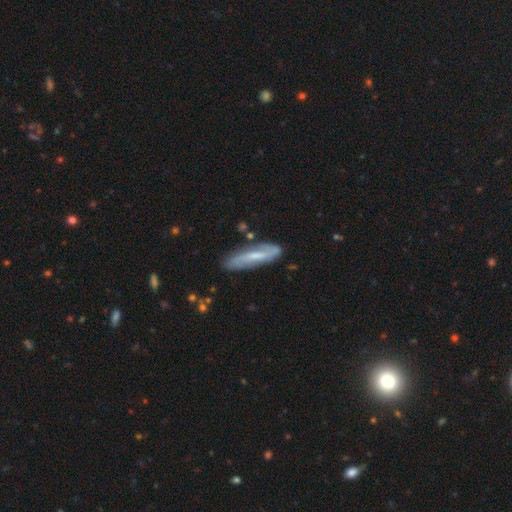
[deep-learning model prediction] Smooth or featured? Predicted: featured or disk (p=0.59). Edge-on disk? Predicted: no (p=0.66). Merging? Predicted: none (p=0.76).